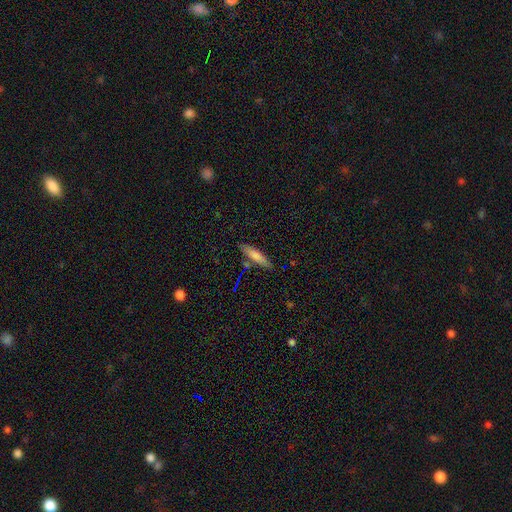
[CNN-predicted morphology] Overall: smooth (73%). How rounded: cigar-shaped (77%). Merging: none (82%).